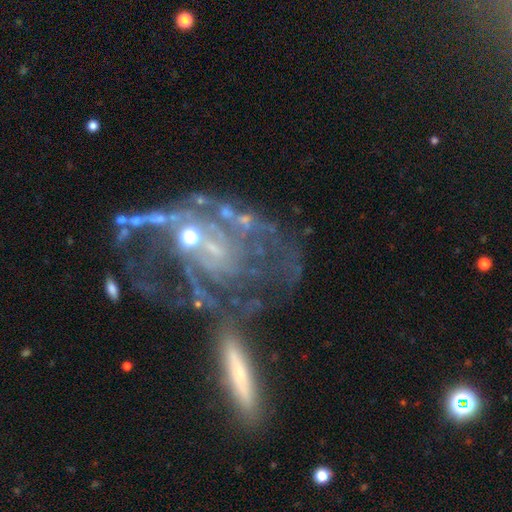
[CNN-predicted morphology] Smooth or featured: featured or disk — 75% (star or artifact — 14%)
Edge-on disk: no — 92% (yes — 8%)
Bar: no — 74% (weak — 19%)
Spiral arms: yes — 57% (no — 43%)
Bulge size: small — 46% (moderate — 27%)
Merging: major disturbance — 31% (merger — 30%)